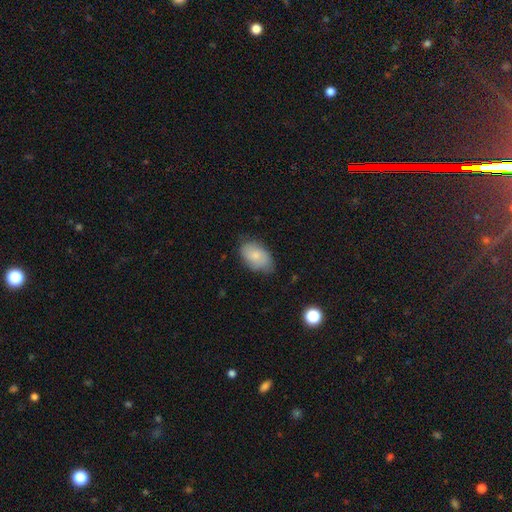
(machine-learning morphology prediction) Overall: smooth (79%). How rounded: in between (92%). Merging: none (69%).